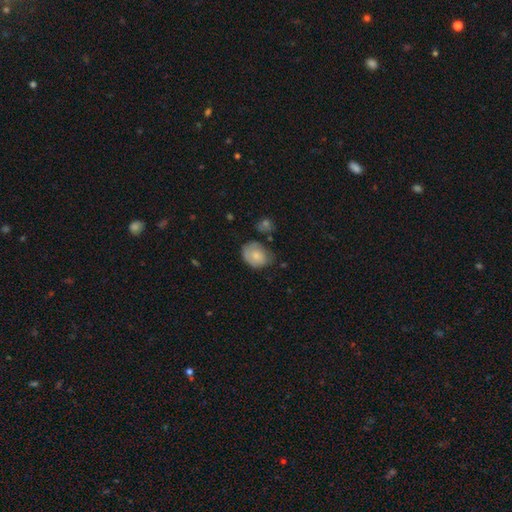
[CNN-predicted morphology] This appears to be a smooth galaxy with no disk features (73%) that is in between round and cigar-shaped (58%). Merging: none (49%).